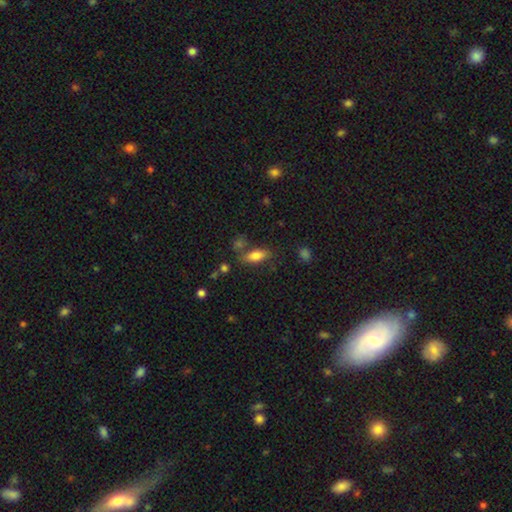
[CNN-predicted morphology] Smooth or featured?
  - smooth: 80% *
  - featured or disk: 11%
  - star or artifact: 9%
How rounded?
  - in between: 82% *
  - cigar-shaped: 15%
  - round: 3%
Merging?
  - none: 68% *
  - minor disturbance: 15%
  - merger: 11%
  - major disturbance: 5%